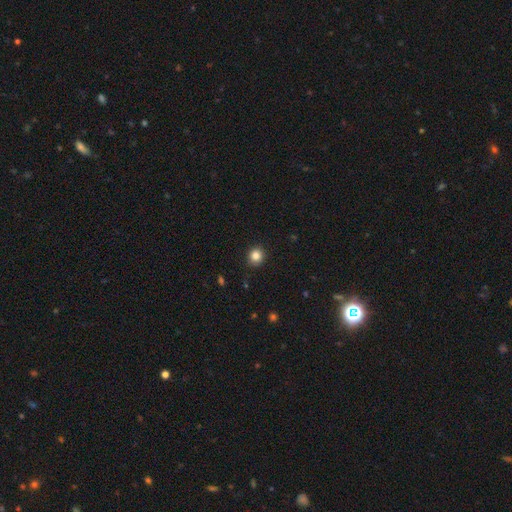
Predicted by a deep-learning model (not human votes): smooth-or-featured: smooth: 84% | star or artifact: 11% | featured or disk: 5%
  how-rounded: round: 84% | in between: 15% | cigar-shaped: 1%
  merging: none: 90% | minor disturbance: 8% | major disturbance: 2% | merger: 1%